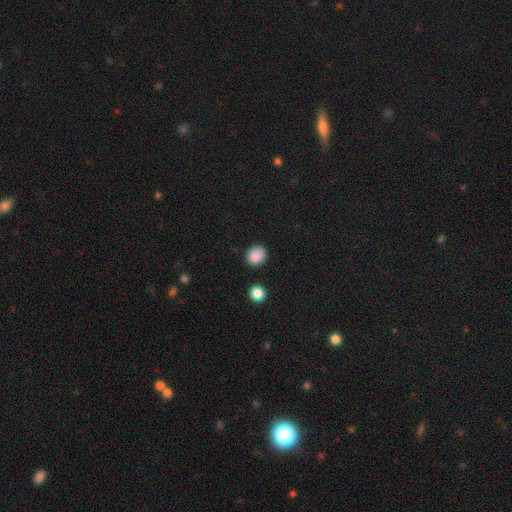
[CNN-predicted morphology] Smooth or featured? Predicted: smooth (p=0.87). How rounded? Predicted: round (p=0.73). Merging? Predicted: none (p=0.84).